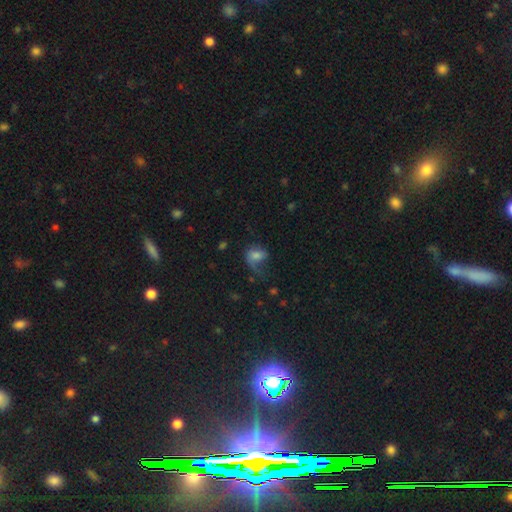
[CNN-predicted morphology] This appears to be a smooth galaxy with no disk features (61%) that is in between round and cigar-shaped (69%). Merging: major disturbance (44%).